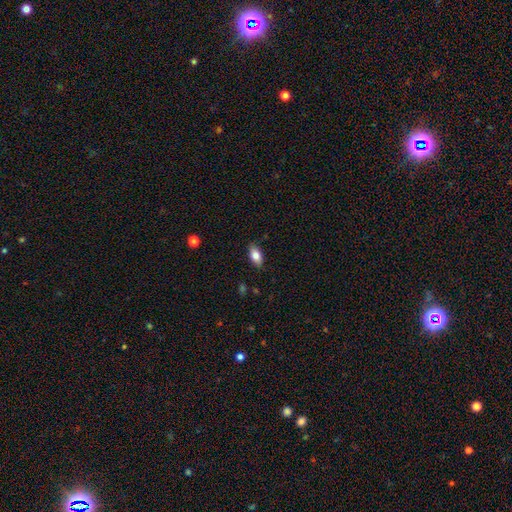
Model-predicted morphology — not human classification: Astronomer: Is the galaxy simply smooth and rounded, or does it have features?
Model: smooth — 80%.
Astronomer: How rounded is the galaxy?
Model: in between — 90%.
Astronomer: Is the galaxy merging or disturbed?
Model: none — 87%.